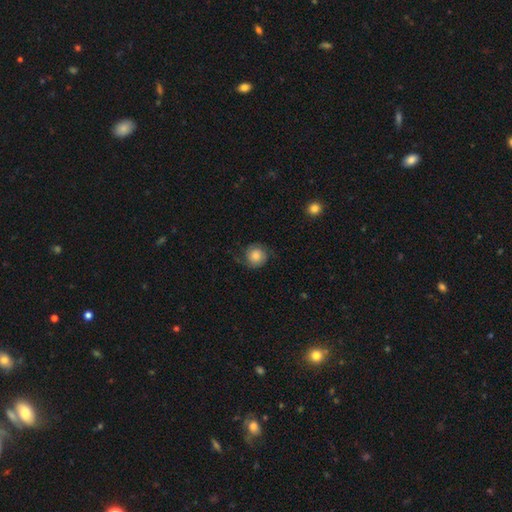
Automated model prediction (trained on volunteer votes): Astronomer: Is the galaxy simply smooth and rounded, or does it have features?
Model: smooth — 60%.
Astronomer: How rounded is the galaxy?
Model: round — 88%.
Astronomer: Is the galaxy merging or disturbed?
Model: none — 66%.